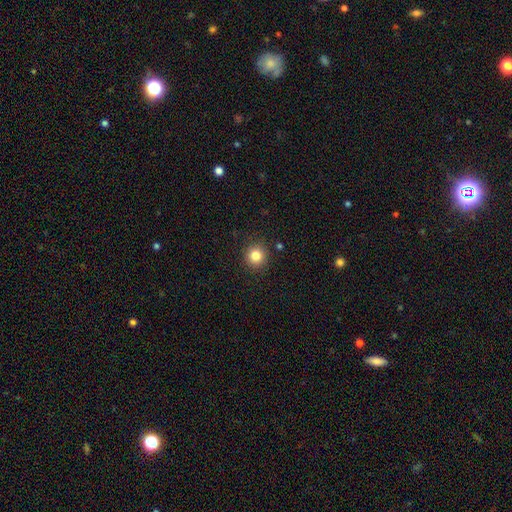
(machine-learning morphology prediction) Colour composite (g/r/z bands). It shows a smooth galaxy with no disk features (83%) that is round (92%). Merging: none (90%).